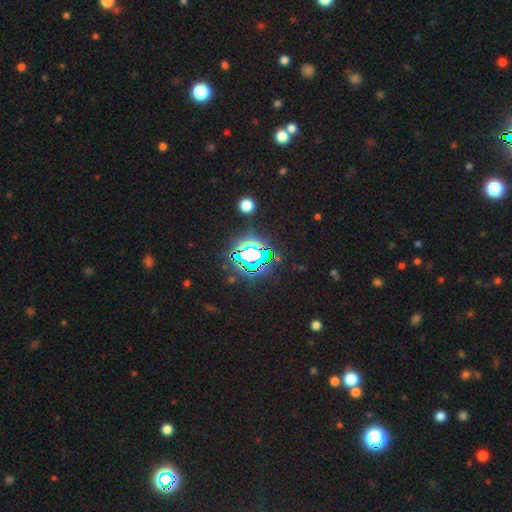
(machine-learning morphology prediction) Overall: star or artifact (74%).